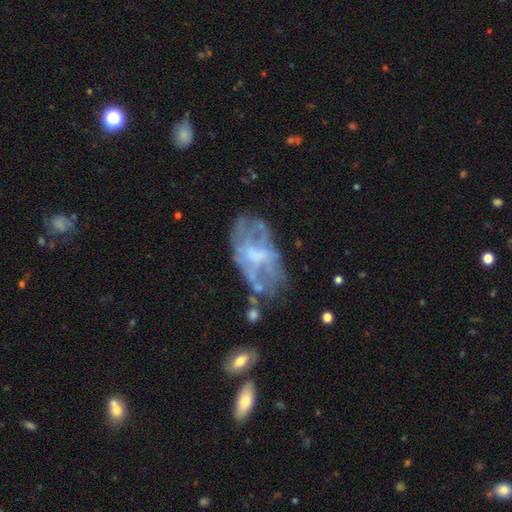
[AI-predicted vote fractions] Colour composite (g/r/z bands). It shows a featured or disk galaxy (66%) with no bar (65%), no spiral arms (70%) and no central bulge (37%). Merging: none (47%).